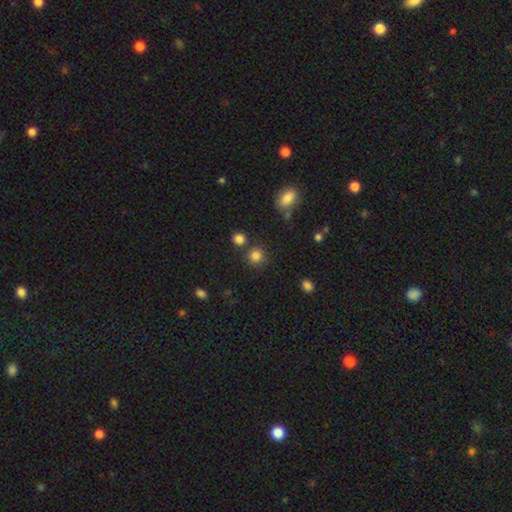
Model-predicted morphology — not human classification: A smooth galaxy with no disk features (82%) that is round (89%).

Vote fractions:
- Smooth or featured? smooth: 82% / star or artifact: 13% / featured or disk: 5%
- How rounded? round: 89% / in between: 10% / cigar-shaped: 1%
- Merging? none: 80% / merger: 9% / minor disturbance: 8% / major disturbance: 3%